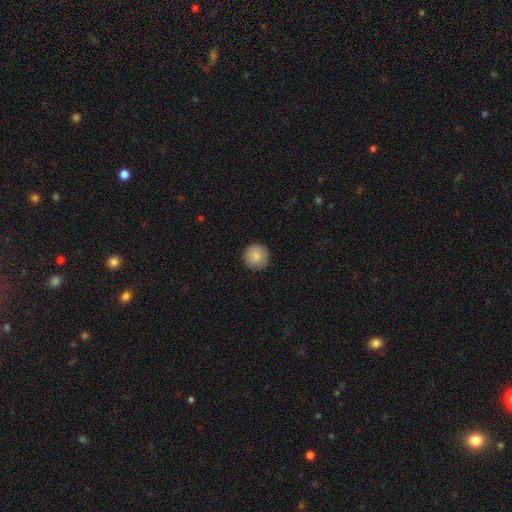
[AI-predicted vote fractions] Smooth or featured?
  - smooth: 87% *
  - star or artifact: 8%
  - featured or disk: 5%
How rounded?
  - round: 96% *
  - in between: 3%
  - cigar-shaped: 1%
Merging?
  - none: 91% *
  - minor disturbance: 6%
  - major disturbance: 2%
  - merger: 1%